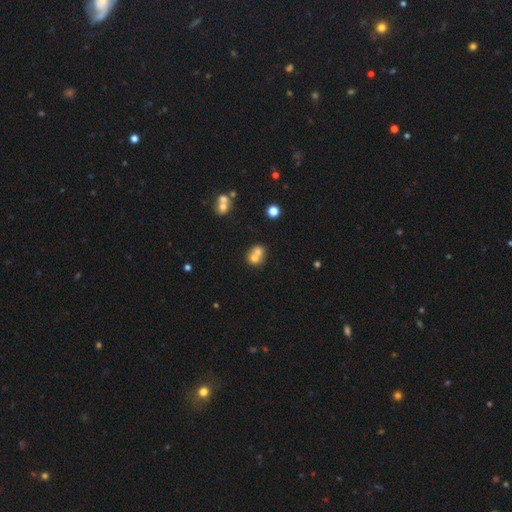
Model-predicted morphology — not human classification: Smooth or featured?
  - smooth: 66% *
  - featured or disk: 22%
  - star or artifact: 12%
How rounded?
  - round: 73% *
  - in between: 26%
  - cigar-shaped: 1%
Merging?
  - merger: 64% *
  - none: 27%
  - minor disturbance: 6%
  - major disturbance: 3%